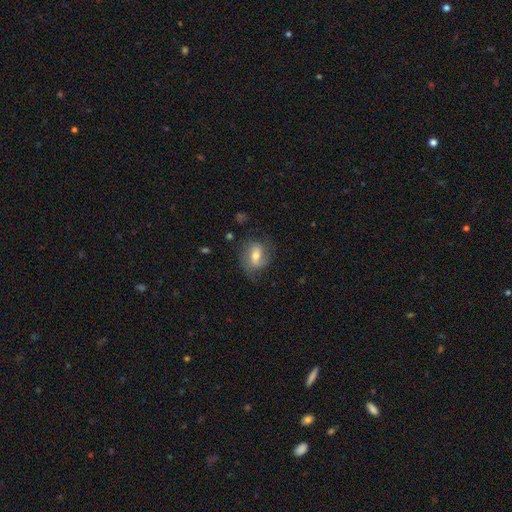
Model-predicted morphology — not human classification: This is possibly a featured or disk galaxy (49%). Merging: likely none (64%).